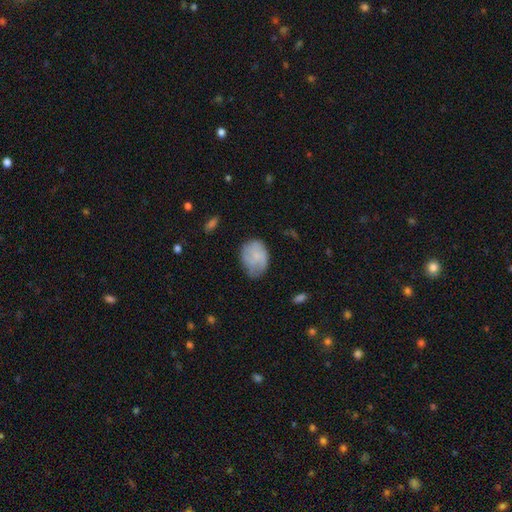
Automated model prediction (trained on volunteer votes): This appears to be a smooth galaxy with no disk features (63%) that is in between round and cigar-shaped (73%). Merging: none (47%).